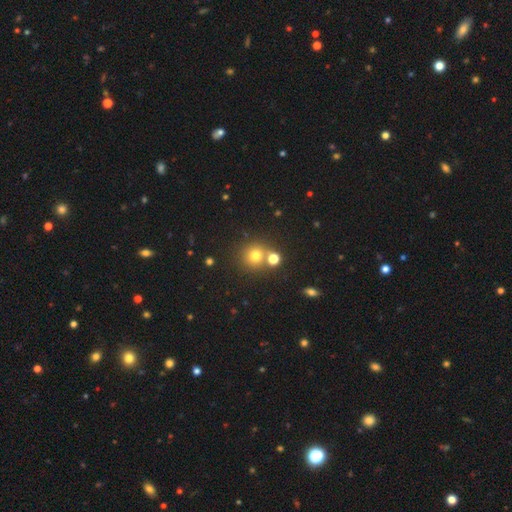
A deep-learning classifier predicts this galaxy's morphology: smooth-or-featured: smooth: 73% | star or artifact: 17% | featured or disk: 10%
  how-rounded: round: 90% | in between: 9% | cigar-shaped: 1%
  merging: none: 67% | merger: 22% | minor disturbance: 8% | major disturbance: 3%